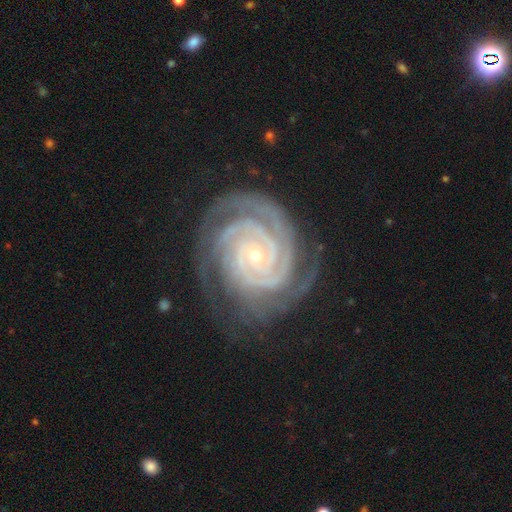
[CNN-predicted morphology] A featured or disk galaxy (93%) with no bar (67%), 3 (29%) tight (87%) spiral arms (99%) and a small central bulge (77%).

Vote fractions:
- Smooth or featured? featured or disk: 93% / star or artifact: 4% / smooth: 2%
- Edge-on disk? no: 98% / yes: 2%
- Bar? no: 67% / weak: 20% / strong: 13%
- Spiral arms? yes: 99% / no: 1%
- Spiral winding? tight: 87% / medium: 12% / loose: 1%
- Spiral arm count? 3: 29% / 2: 26% / 4: 19% / can't tell: 10% / more than 4: 9% / 1: 7%
- Bulge size? small: 77% / moderate: 20% / large: 1% / none: 1% / dominant: 1%
- Merging? none: 77% / minor disturbance: 16% / major disturbance: 6% / merger: 1%